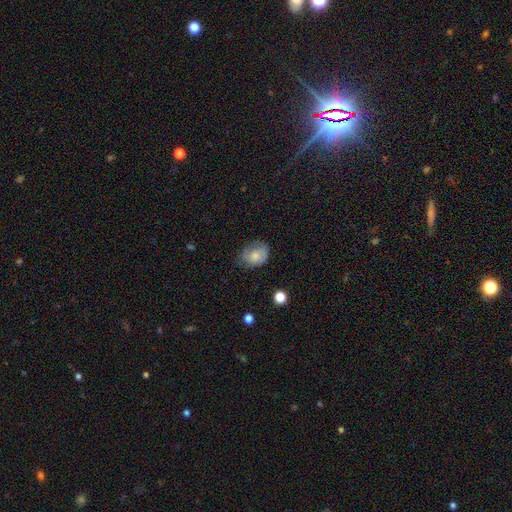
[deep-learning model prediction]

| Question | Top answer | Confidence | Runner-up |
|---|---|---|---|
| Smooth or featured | smooth | 69% | featured or disk (23%) |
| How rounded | in between | 53% | round (46%) |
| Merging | none | 55% | minor disturbance (32%) |